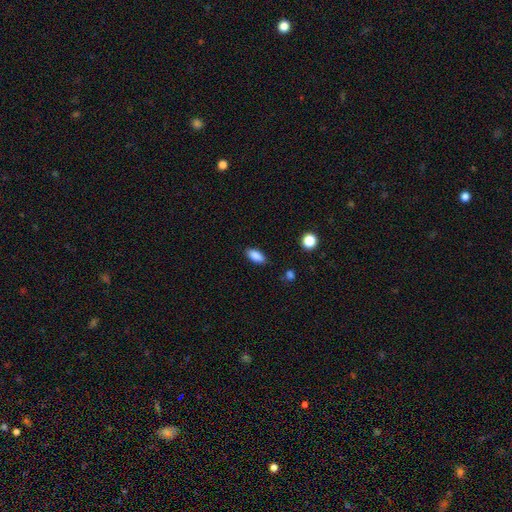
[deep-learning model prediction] Smooth or featured? smooth (88%)
How rounded? in between (87%)
Merging? none (85%)